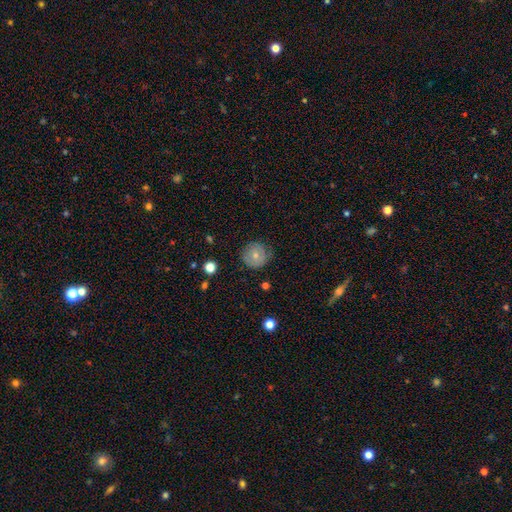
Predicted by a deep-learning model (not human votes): Q: Smooth or featured?
A: smooth (63%); runner-up: featured or disk (28%)
Q: How rounded?
A: round (93%); runner-up: in between (6%)
Q: Merging?
A: none (75%); runner-up: minor disturbance (19%)